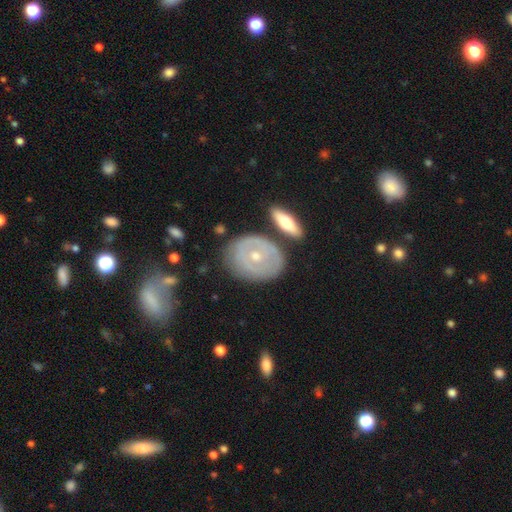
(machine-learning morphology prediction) smooth_or_featured: featured or disk (p=0.65) [alt: smooth p=0.28]
disk_edge_on: no (p=0.92) [alt: yes p=0.08]
bar: no (p=0.80) [alt: weak p=0.16]
has_spiral_arms: no (p=0.56) [alt: yes p=0.44]
bulge_size: small (p=0.53) [alt: moderate p=0.44]
merging: none (p=0.69) [alt: minor disturbance p=0.19]